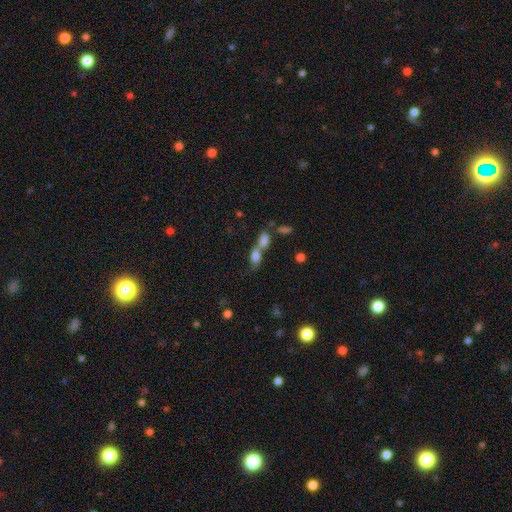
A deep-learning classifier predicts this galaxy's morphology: smooth 71%, featured or disk 16%, star or artifact 13%. Down the decision tree: how rounded — in between (70%); merging — merger (68%).